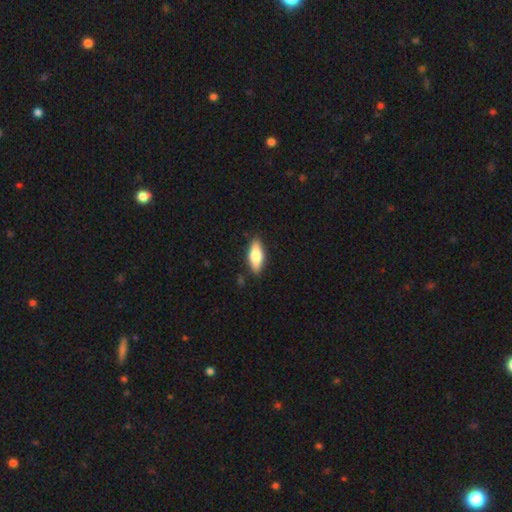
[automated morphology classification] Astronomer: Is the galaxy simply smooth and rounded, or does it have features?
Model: smooth — 66%.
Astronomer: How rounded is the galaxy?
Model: in between — 70%.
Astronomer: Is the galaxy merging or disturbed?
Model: none — 87%.